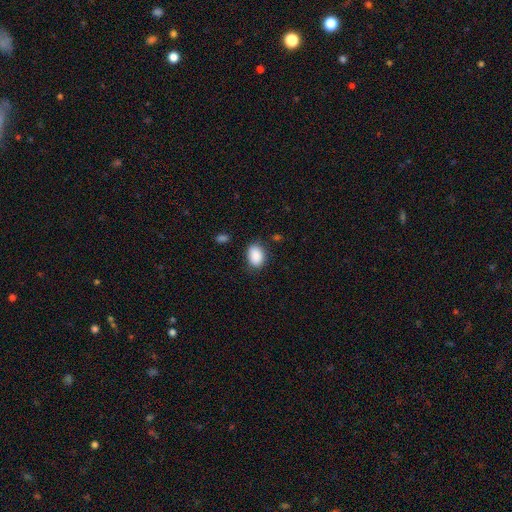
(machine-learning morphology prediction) A smooth galaxy with no disk features (89%) that is in between round and cigar-shaped (80%).

Vote fractions:
- Smooth or featured? smooth: 89% / star or artifact: 7% / featured or disk: 4%
- How rounded? in between: 80% / round: 18% / cigar-shaped: 1%
- Merging? none: 79% / minor disturbance: 15% / major disturbance: 4% / merger: 2%